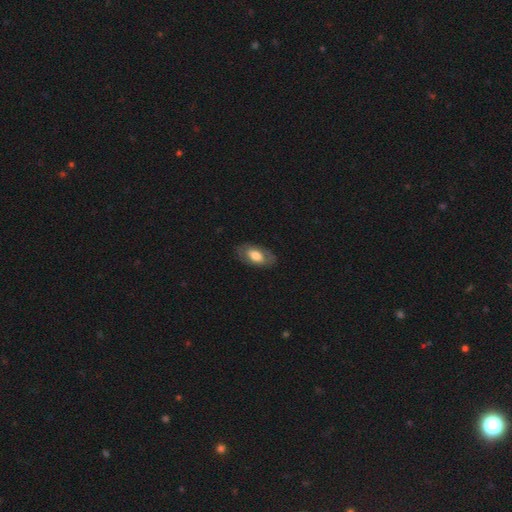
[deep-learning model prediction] smooth-or-featured: smooth: 57% | featured or disk: 37% | star or artifact: 6%
  how-rounded: in between: 91% | round: 5% | cigar-shaped: 4%
  merging: none: 80% | minor disturbance: 14% | major disturbance: 5% | merger: 1%